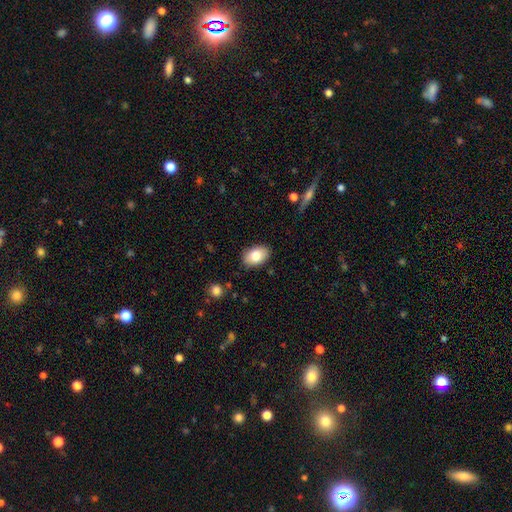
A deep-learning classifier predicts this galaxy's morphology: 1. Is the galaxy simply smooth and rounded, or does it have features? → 81% smooth, 11% featured or disk, 7% star or artifact.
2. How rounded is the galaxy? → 88% in between, 11% round, 1% cigar-shaped.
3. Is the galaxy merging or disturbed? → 86% none, 11% minor disturbance, 2% major disturbance, 1% merger.